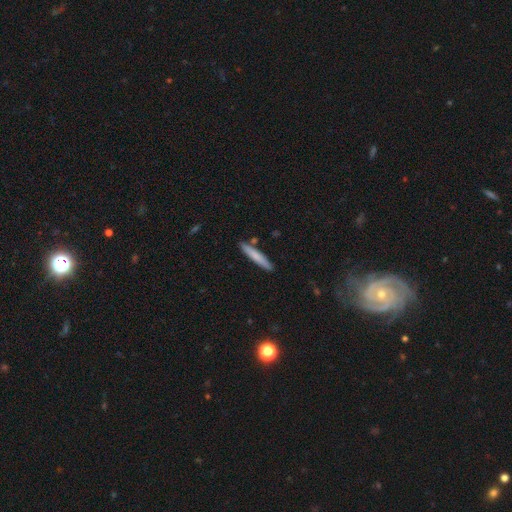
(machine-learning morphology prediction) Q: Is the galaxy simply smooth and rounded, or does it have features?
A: smooth — 73%.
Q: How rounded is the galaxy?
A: cigar-shaped — 94%.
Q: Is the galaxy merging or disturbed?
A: none — 86%.